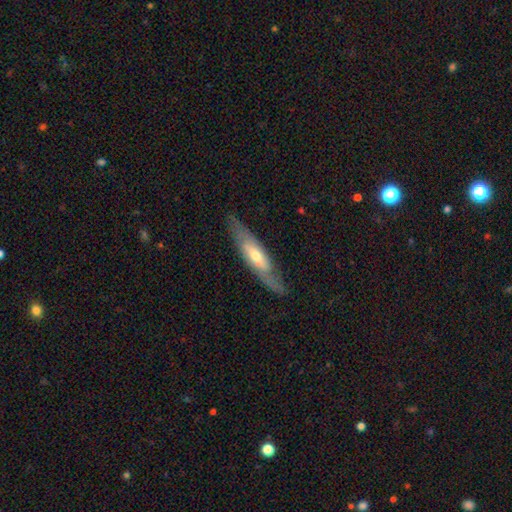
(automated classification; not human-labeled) This is likely a featured or disk galaxy (61%). It is possibly viewed edge-on (52%). Merging: likely none (78%).